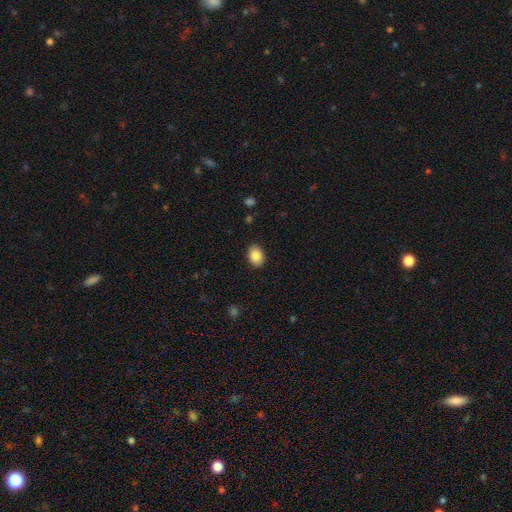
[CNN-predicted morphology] Smooth or featured: smooth — 86% (star or artifact — 8%)
How rounded: in between — 73% (round — 26%)
Merging: none — 89% (minor disturbance — 8%)